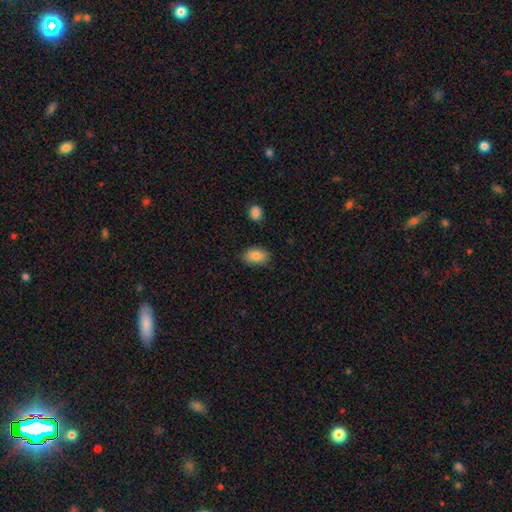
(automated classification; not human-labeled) The model was most divided on "merging": none: 84%, minor disturbance: 12%, major disturbance: 3%, merger: 2%. More confident: how rounded — in between (90%); smooth or featured — smooth (85%).